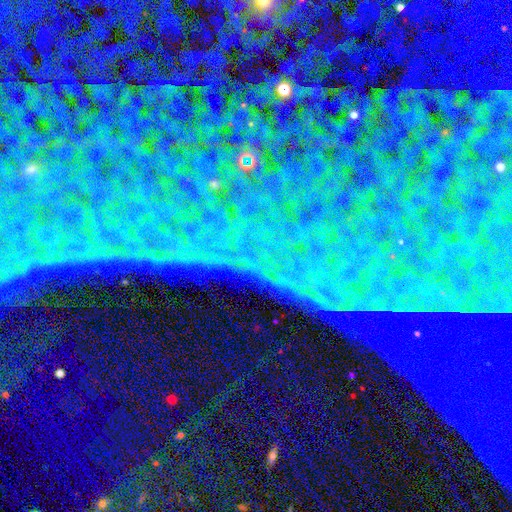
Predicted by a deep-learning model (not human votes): This appears to be a star or artifact, not a galaxy (86%).